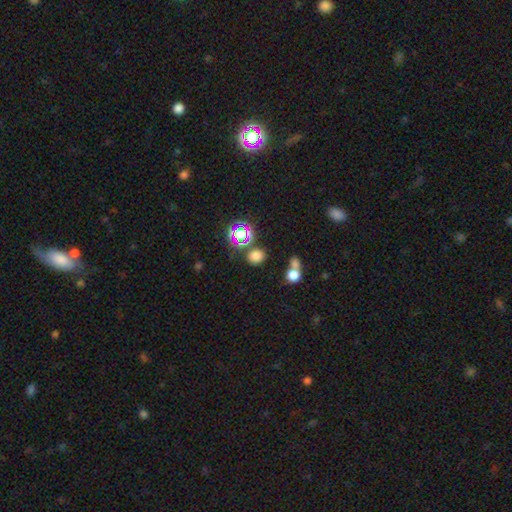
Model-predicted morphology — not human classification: smooth_or_featured: smooth (p=0.68) [alt: star or artifact p=0.26]
how_rounded: round (p=0.66) [alt: in between p=0.32]
merging: none (p=0.71) [alt: merger p=0.15]